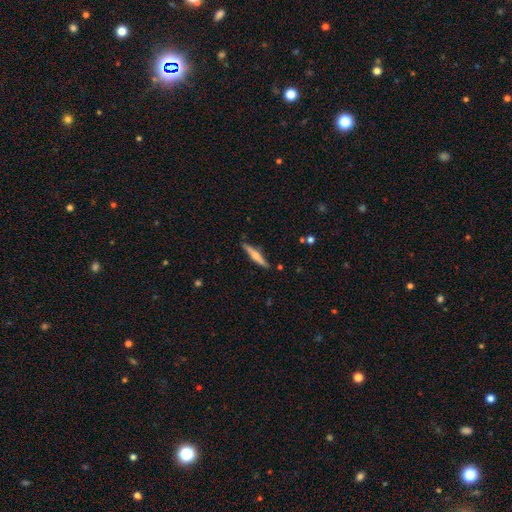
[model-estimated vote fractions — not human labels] smooth-or-featured: featured or disk: 55% | smooth: 39% | star or artifact: 6%
  disk-edge-on: yes: 97% | no: 3%
    edge-on-bulge: rounded: 79% | none: 11% | boxy: 10%
  merging: none: 88% | minor disturbance: 8% | major disturbance: 2% | merger: 2%